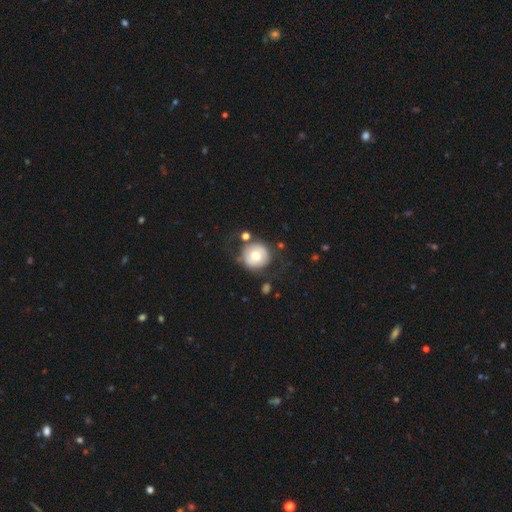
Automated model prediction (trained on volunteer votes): Morphology: type=smooth (57%); roundness=round (94%); merging=none (69%).